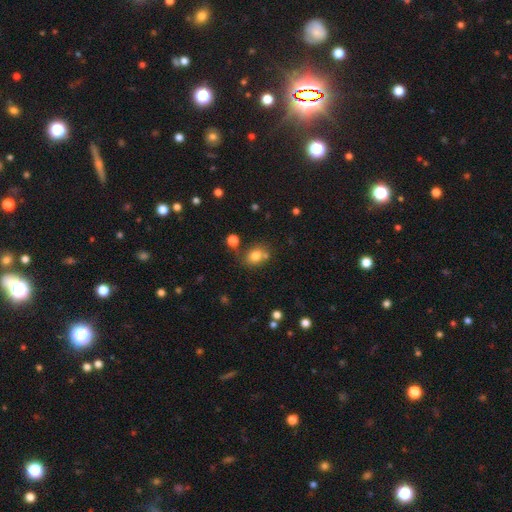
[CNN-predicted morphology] Smooth or featured: smooth — 78% (star or artifact — 13%)
How rounded: round — 57% (in between — 42%)
Merging: none — 57% (merger — 22%)